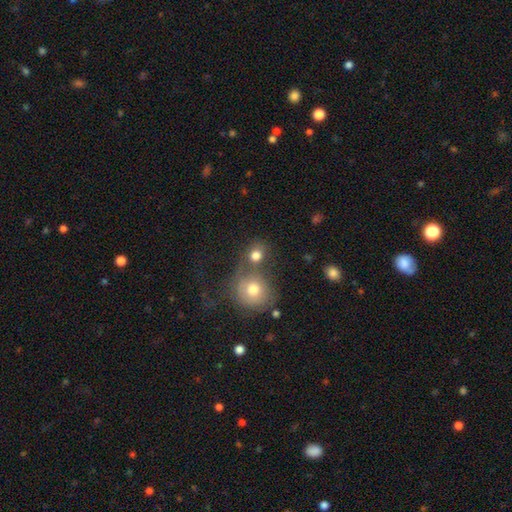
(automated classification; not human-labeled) smooth-or-featured: smooth: 78% | star or artifact: 12% | featured or disk: 10%
  how-rounded: round: 78% | in between: 21% | cigar-shaped: 1%
  merging: none: 45% | merger: 40% | minor disturbance: 9% | major disturbance: 6%